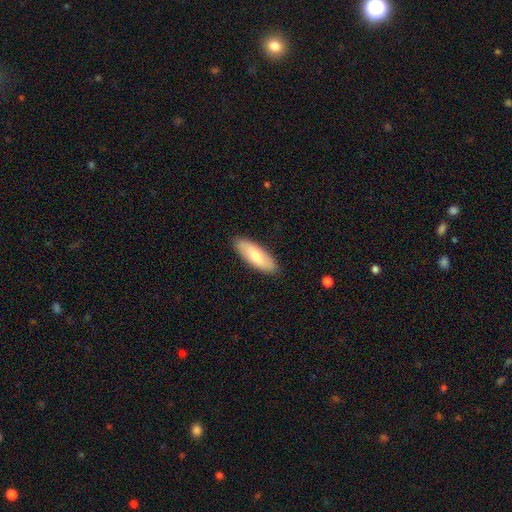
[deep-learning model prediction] Overall: smooth (71%). How rounded: in between (66%; cigar-shaped 32%). Merging: none (88%).